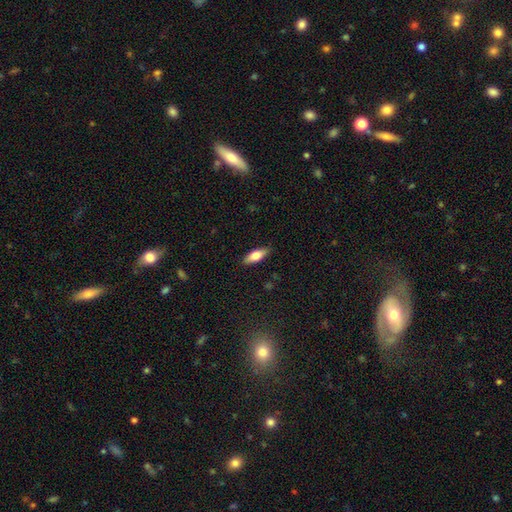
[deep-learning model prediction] smooth_or_featured: smooth (p=0.70) [alt: featured or disk p=0.24]
how_rounded: in between (p=0.67) [alt: cigar-shaped p=0.30]
merging: none (p=0.88) [alt: minor disturbance p=0.09]